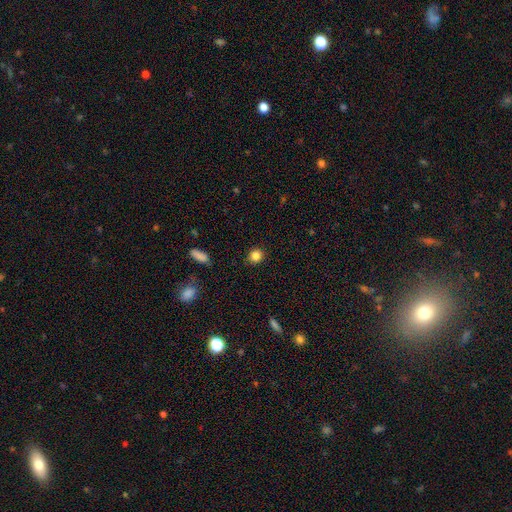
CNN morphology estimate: smooth-or-featured: smooth: 85% | star or artifact: 11% | featured or disk: 4%
  how-rounded: round: 85% | in between: 13% | cigar-shaped: 1%
  merging: none: 89% | minor disturbance: 8% | major disturbance: 2% | merger: 1%